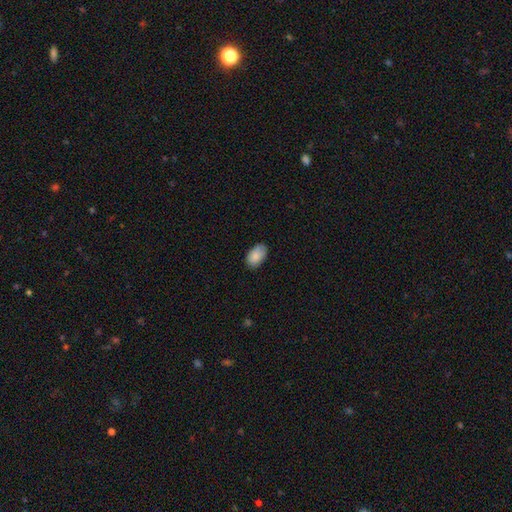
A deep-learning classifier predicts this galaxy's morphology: This is clearly a smooth galaxy (86%). How rounded: clearly in between (93%). Merging: likely none (76%).